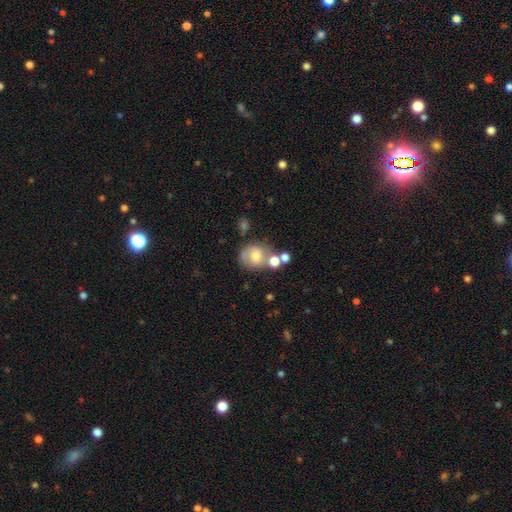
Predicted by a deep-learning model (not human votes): Morphology: type=smooth (61%); roundness=round (69%); merging=none (44%).